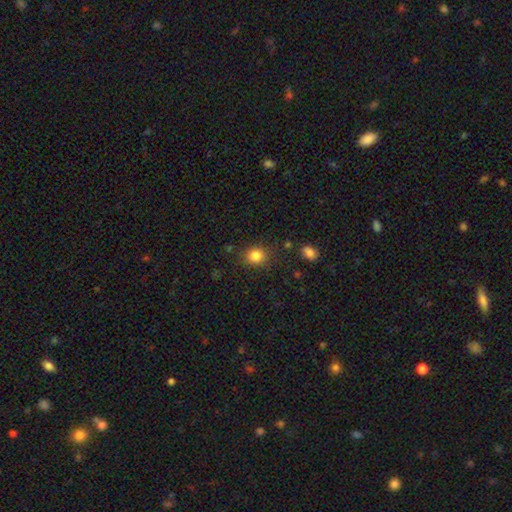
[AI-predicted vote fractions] smooth-or-featured: smooth: 84% | star or artifact: 11% | featured or disk: 5%
  how-rounded: round: 72% | in between: 27% | cigar-shaped: 1%
  merging: none: 82% | minor disturbance: 11% | major disturbance: 4% | merger: 3%